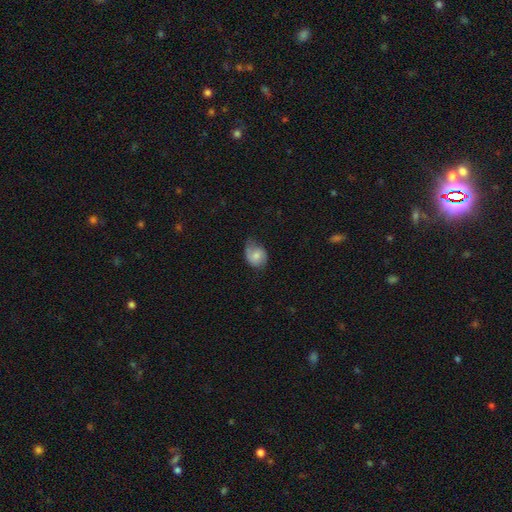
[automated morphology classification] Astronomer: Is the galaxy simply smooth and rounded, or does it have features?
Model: smooth — 63%.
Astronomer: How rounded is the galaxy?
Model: in between — 52% (runner-up: round, 47%).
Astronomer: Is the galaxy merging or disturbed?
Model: none — 41% (runner-up: minor disturbance, 39%).